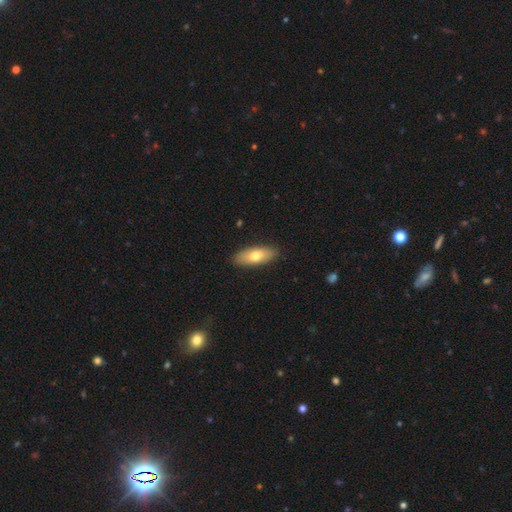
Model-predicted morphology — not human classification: smooth-or-featured: smooth: 71% | featured or disk: 23% | star or artifact: 6%
  how-rounded: in between: 77% | cigar-shaped: 21% | round: 3%
  merging: none: 89% | minor disturbance: 8% | major disturbance: 2% | merger: 1%